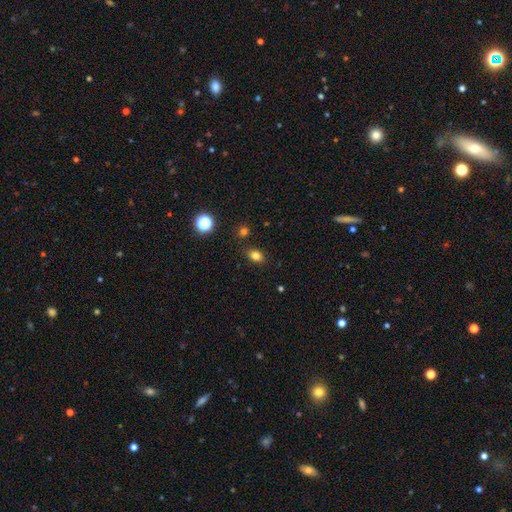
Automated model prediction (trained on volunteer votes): This is likely a smooth galaxy (80%). How rounded: likely in between (70%). Merging: clearly none (83%).